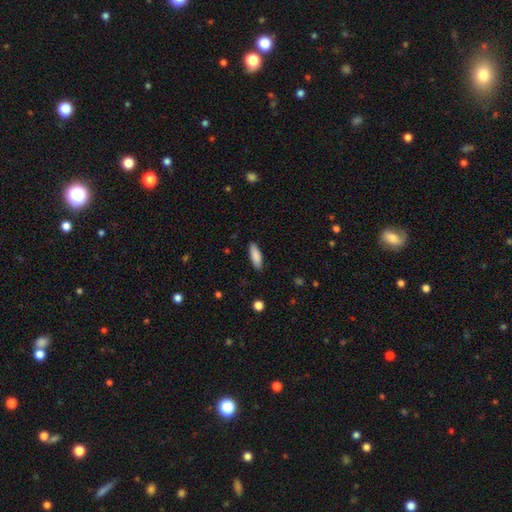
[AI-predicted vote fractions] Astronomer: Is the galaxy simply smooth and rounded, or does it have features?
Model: smooth — 87%.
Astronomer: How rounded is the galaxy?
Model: in between — 58% (runner-up: cigar-shaped, 41%).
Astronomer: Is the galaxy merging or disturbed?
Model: none — 87%.